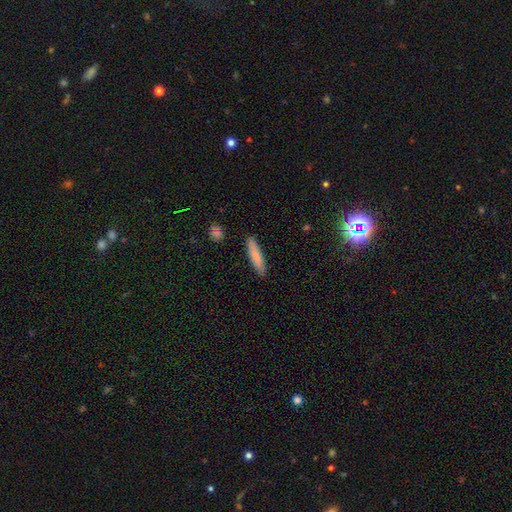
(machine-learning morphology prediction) Overall: smooth (82%). How rounded: cigar-shaped (85%). Merging: none (88%).